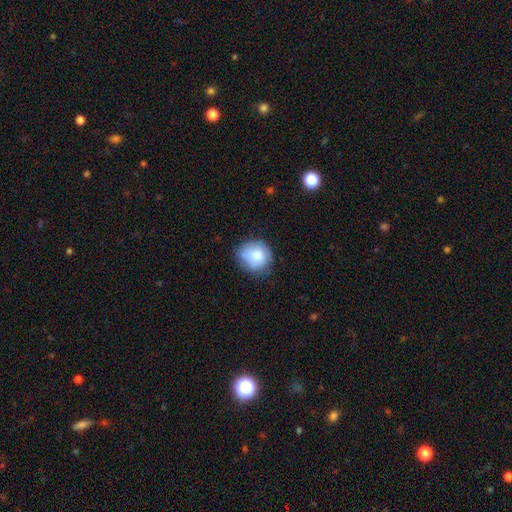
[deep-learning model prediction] This is clearly a smooth galaxy (81%). How rounded: clearly round (81%). Merging: likely none (64%).